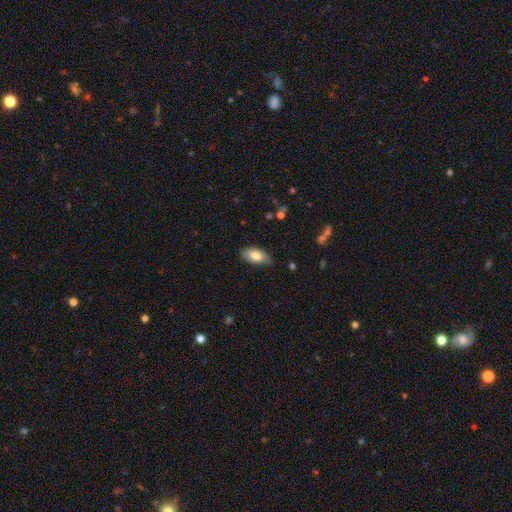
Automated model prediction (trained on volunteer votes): smooth-or-featured: smooth: 77% | featured or disk: 16% | star or artifact: 7%
  how-rounded: in between: 93% | cigar-shaped: 4% | round: 3%
  merging: none: 80% | minor disturbance: 16% | major disturbance: 2% | merger: 1%